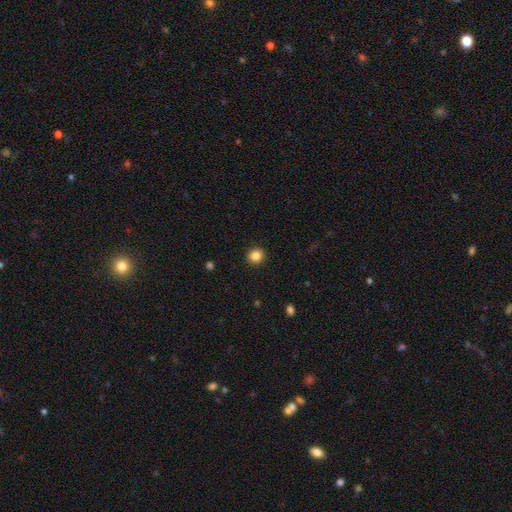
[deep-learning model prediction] Q: Smooth or featured?
A: smooth (85%); runner-up: star or artifact (11%)
Q: How rounded?
A: round (91%); runner-up: in between (8%)
Q: Merging?
A: none (92%); runner-up: minor disturbance (5%)